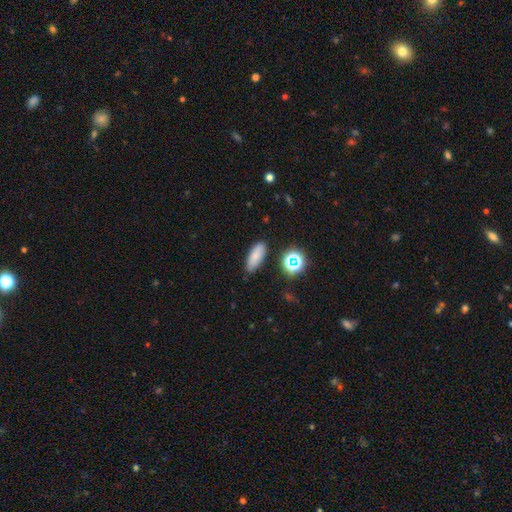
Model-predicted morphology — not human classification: Smooth or featured? Predicted: smooth (p=0.76). How rounded? Predicted: in between (p=0.75). Merging? Predicted: none (p=0.83).